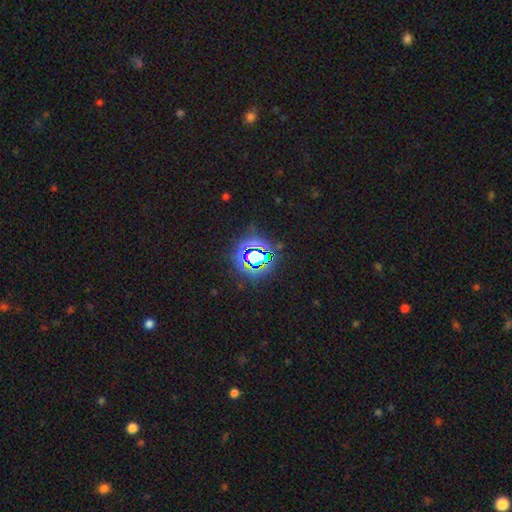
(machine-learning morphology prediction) Smooth or featured?
  - star or artifact: 72% *
  - smooth: 17%
  - featured or disk: 11%